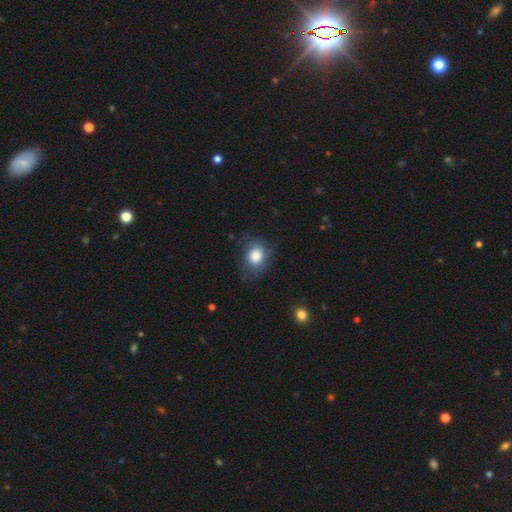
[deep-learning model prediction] Smooth or featured: smooth — 78% (featured or disk — 14%)
How rounded: in between — 52% (round — 47%)
Merging: none — 64% (minor disturbance — 24%)